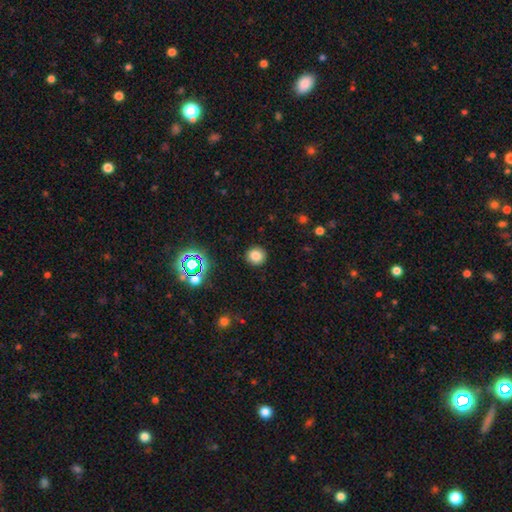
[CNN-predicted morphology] type=smooth (80%); roundness=round (91%); merging=none (91%).